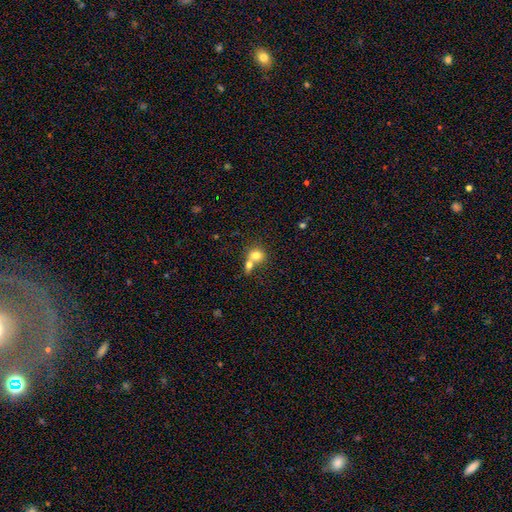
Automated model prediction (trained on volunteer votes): Smooth or featured? Predicted: smooth (p=0.77). How rounded? Predicted: round (p=0.74). Merging? Predicted: merger (p=0.58).